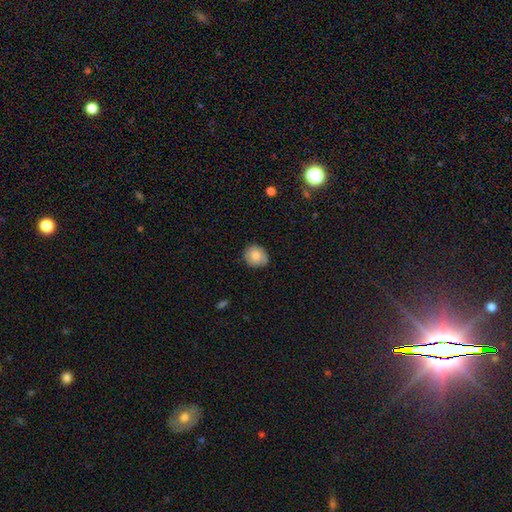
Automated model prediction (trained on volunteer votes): smooth-or-featured: smooth: 79% | featured or disk: 14% | star or artifact: 7%
  how-rounded: round: 76% | in between: 23% | cigar-shaped: 1%
  merging: none: 79% | minor disturbance: 17% | major disturbance: 3% | merger: 1%